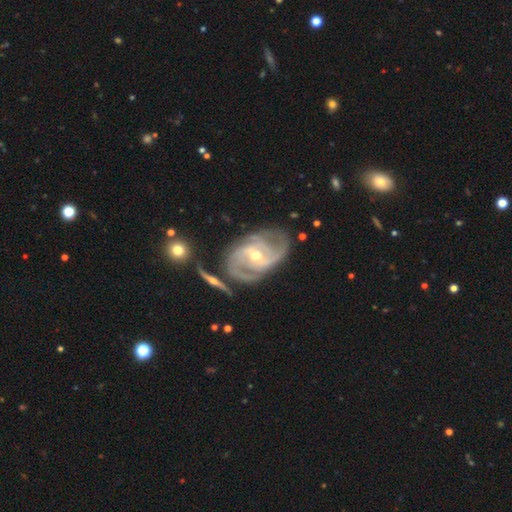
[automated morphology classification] Overall: featured or disk (90%). Edge-on disk: no (96%). Bar: weak (44%; strong 31%). Spiral arms: yes (97%). Spiral arm count: 2 (42%; 3 31%). Spiral winding: medium (44%; tight 43%). Bulge size: moderate (54%; small 43%). Merging: none (63%).